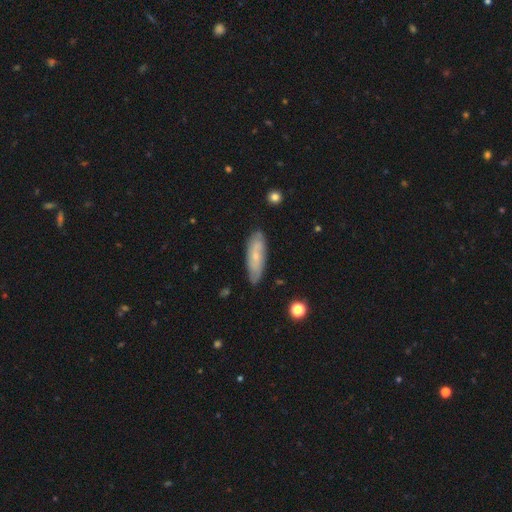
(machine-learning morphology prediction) Smooth or featured: smooth — 47% (featured or disk — 46%)
Merging: none — 80% (minor disturbance — 15%)